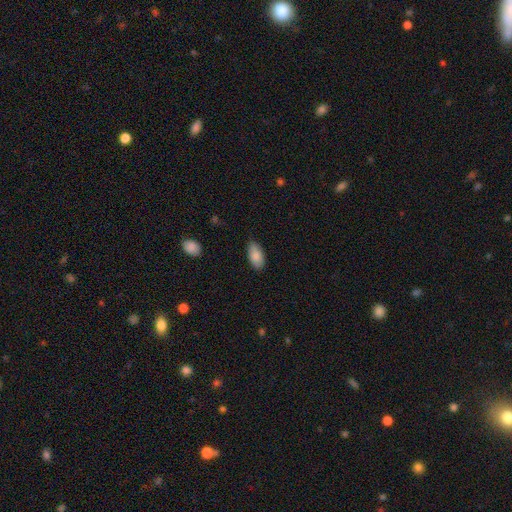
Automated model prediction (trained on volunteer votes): A smooth galaxy with no disk features (87%) that is in between round and cigar-shaped (93%). Merging: none (80%).